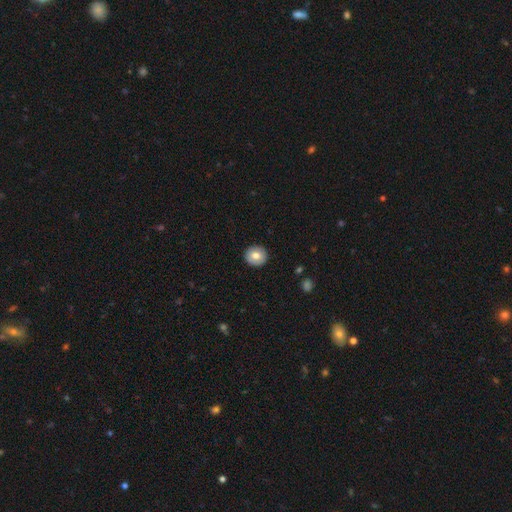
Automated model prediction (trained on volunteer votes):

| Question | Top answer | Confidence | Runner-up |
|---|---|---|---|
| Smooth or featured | smooth | 76% | featured or disk (16%) |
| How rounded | round | 92% | in between (7%) |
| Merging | none | 92% | minor disturbance (5%) |